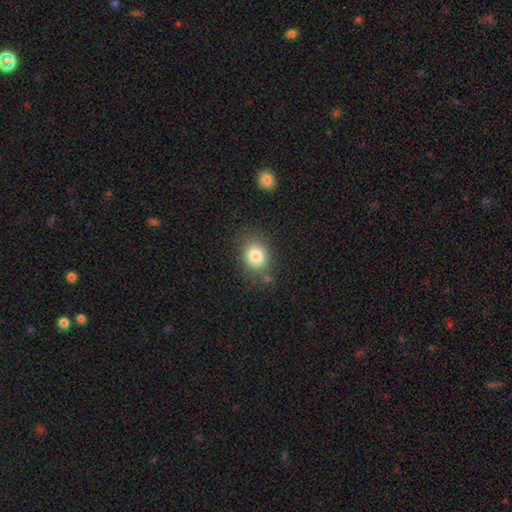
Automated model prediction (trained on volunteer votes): Overall: smooth (83%). How rounded: round (57%; in between 42%). Merging: none (76%).